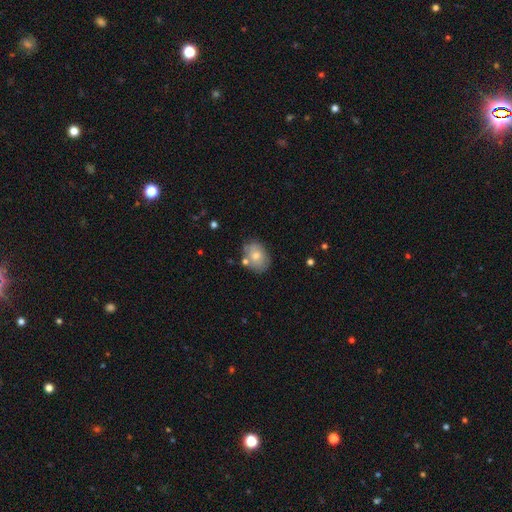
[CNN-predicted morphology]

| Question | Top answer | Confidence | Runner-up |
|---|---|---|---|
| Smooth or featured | smooth | 70% | featured or disk (22%) |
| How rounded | in between | 67% | round (32%) |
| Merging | none | 70% | minor disturbance (18%) |